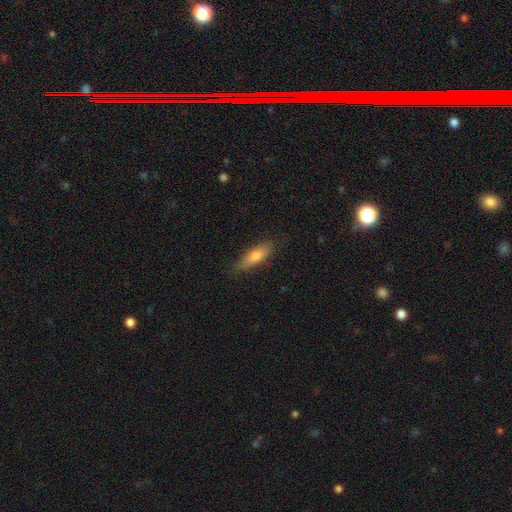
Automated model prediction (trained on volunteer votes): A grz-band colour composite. It shows a smooth galaxy with no disk features (70%) that is in between round and cigar-shaped (49%). Merging: none (77%).